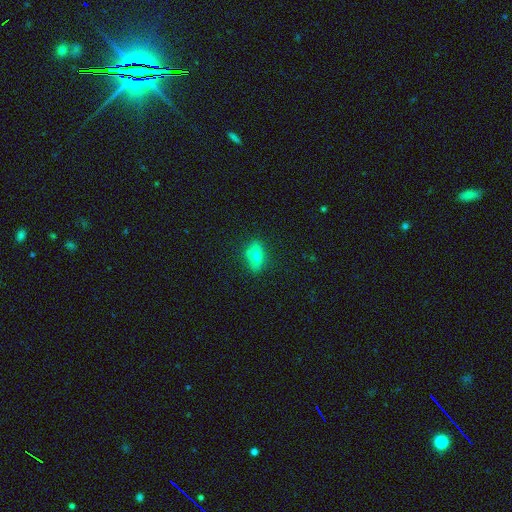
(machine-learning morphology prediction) This is likely a smooth galaxy (71%). How rounded: likely in between (80%). Merging: clearly none (80%).